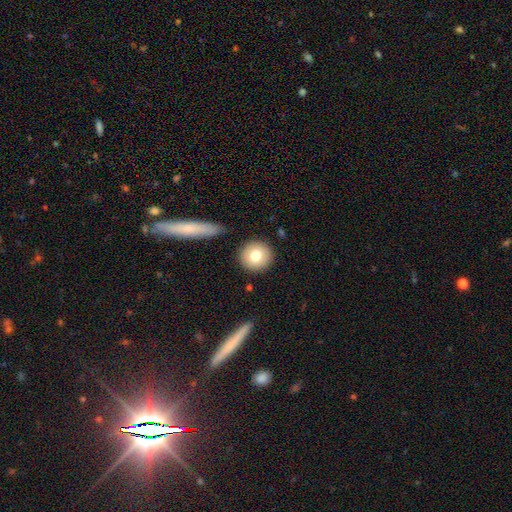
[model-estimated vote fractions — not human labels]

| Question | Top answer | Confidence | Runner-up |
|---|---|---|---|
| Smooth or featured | smooth | 77% | featured or disk (15%) |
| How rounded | round | 94% | in between (5%) |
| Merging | none | 86% | minor disturbance (8%) |